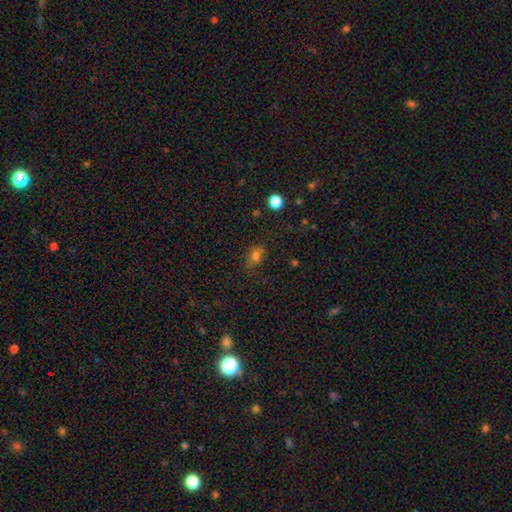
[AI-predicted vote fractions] Morphology: type=smooth (72%); roundness=in between (70%); merging=none (65%).